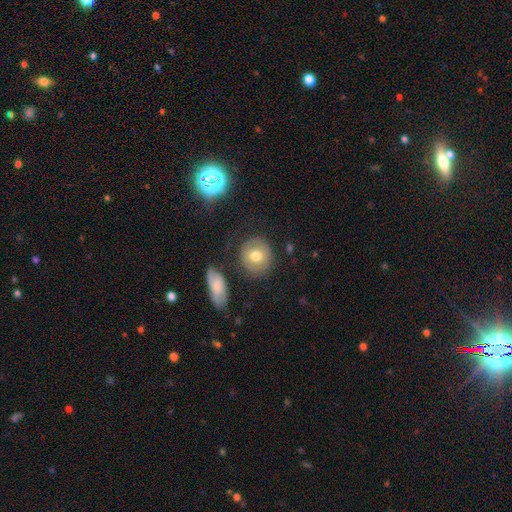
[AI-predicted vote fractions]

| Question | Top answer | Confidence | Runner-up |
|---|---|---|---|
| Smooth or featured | smooth | 66% | featured or disk (26%) |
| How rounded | round | 85% | in between (14%) |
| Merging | none | 80% | minor disturbance (12%) |